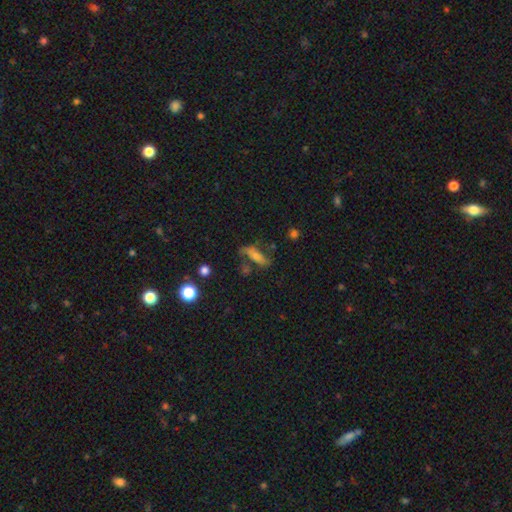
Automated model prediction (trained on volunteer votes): Morphology: type=featured or disk (47%); merging=none (58%).